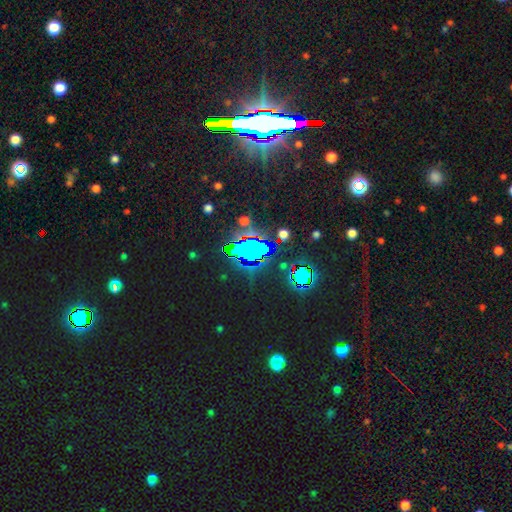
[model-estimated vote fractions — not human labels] star or artifact 72%, smooth 19%, featured or disk 9%.